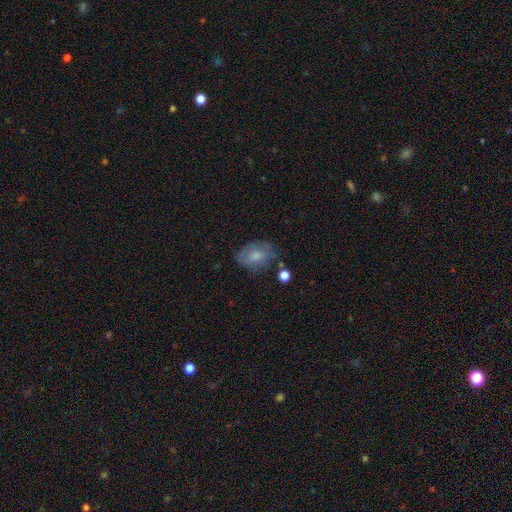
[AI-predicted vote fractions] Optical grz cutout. It shows a smooth galaxy with no disk features (55%) that is in between round and cigar-shaped (78%). Merging: none (66%).